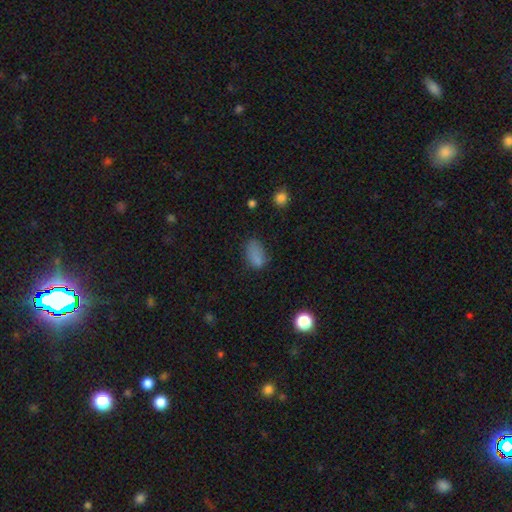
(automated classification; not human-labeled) Smooth or featured? Predicted: smooth (p=0.78). How rounded? Predicted: in between (p=0.89). Merging? Predicted: none (p=0.51).